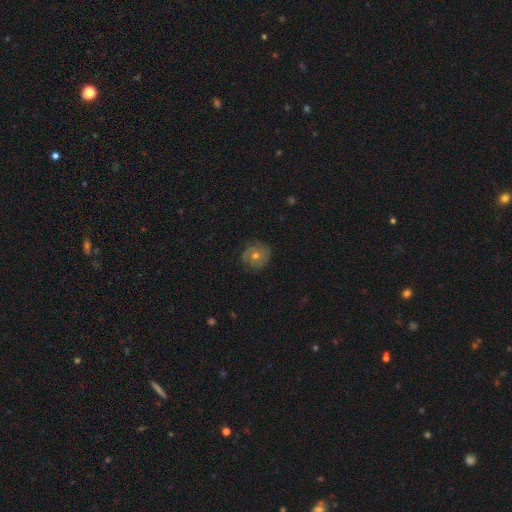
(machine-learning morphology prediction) Q: Smooth or featured?
A: featured or disk (44%); runner-up: smooth (43%)
Q: Merging?
A: none (79%); runner-up: minor disturbance (15%)